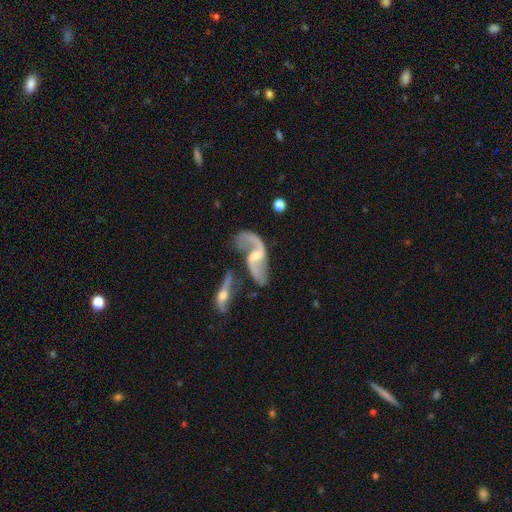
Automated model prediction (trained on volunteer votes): A featured or disk galaxy (89%) with a weak bar (45%), 2 (89%) loose (72%) spiral arms (95%) and a small central bulge (51%). Merging: none (46%).